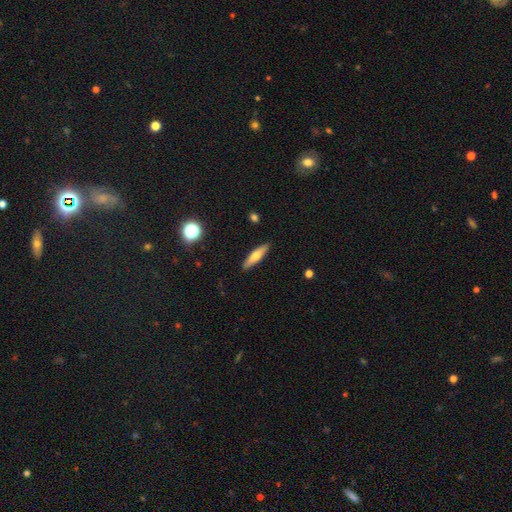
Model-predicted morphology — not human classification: Overall: smooth (53%; featured or disk 40%). How rounded: cigar-shaped (75%). Merging: none (90%).